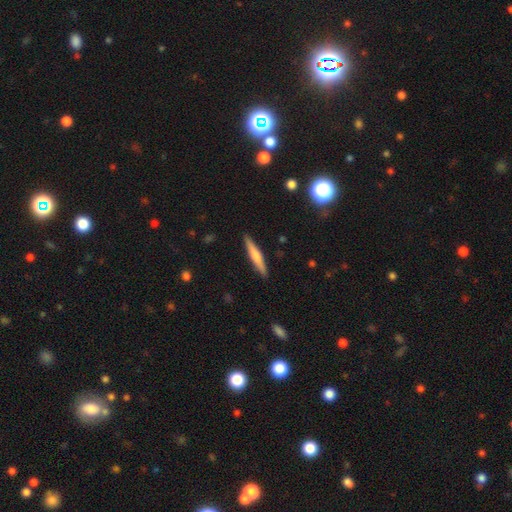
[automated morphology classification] Q: Smooth or featured?
A: smooth (53%); runner-up: featured or disk (41%)
Q: How rounded?
A: cigar-shaped (93%); runner-up: in between (6%)
Q: Merging?
A: none (91%); runner-up: minor disturbance (7%)